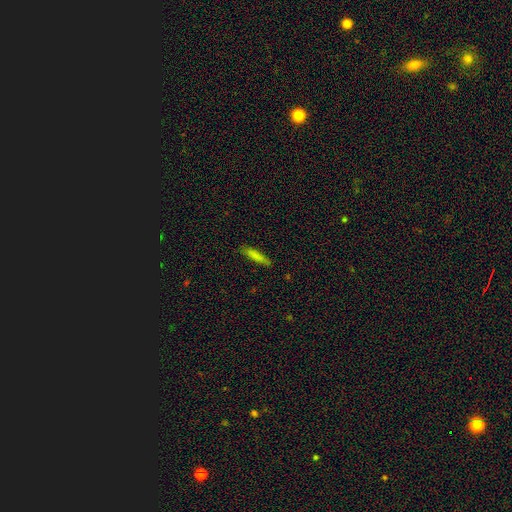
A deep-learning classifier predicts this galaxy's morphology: Smooth or featured: smooth — 81% (featured or disk — 12%)
How rounded: cigar-shaped — 87% (in between — 12%)
Merging: none — 85% (minor disturbance — 12%)